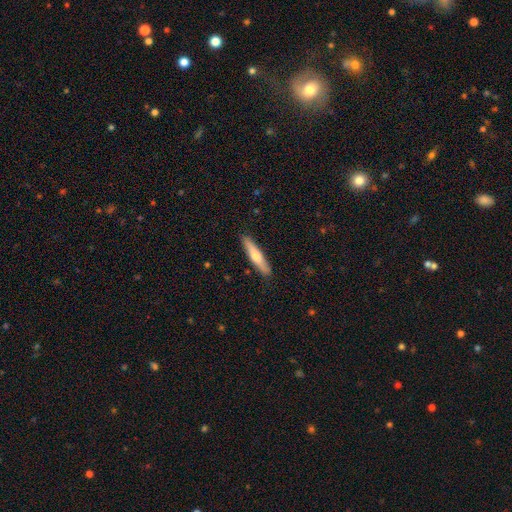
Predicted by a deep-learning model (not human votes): smooth_or_featured: smooth (p=0.57) [alt: featured or disk p=0.38]
how_rounded: cigar-shaped (p=0.87) [alt: in between p=0.11]
merging: none (p=0.89) [alt: minor disturbance p=0.08]